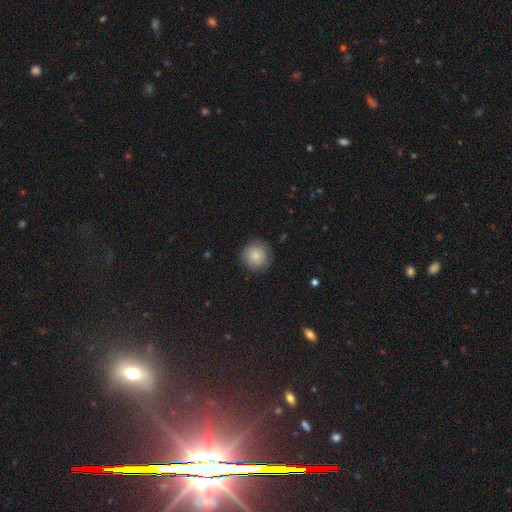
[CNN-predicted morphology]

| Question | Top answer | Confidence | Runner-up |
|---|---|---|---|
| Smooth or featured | smooth | 81% | featured or disk (10%) |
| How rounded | round | 95% | in between (4%) |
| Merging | none | 87% | minor disturbance (9%) |